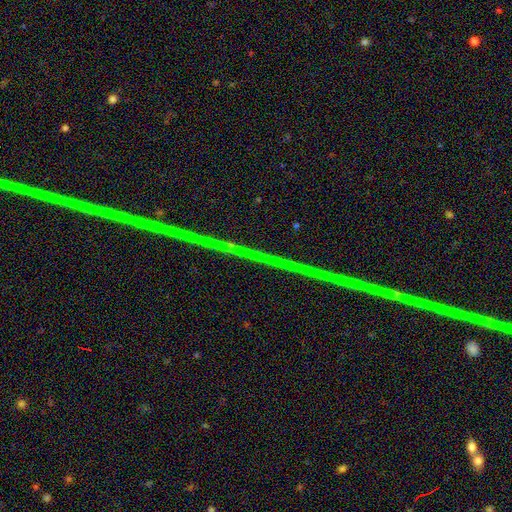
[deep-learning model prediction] Smooth or featured?
  - star or artifact: 75% *
  - featured or disk: 18%
  - smooth: 7%